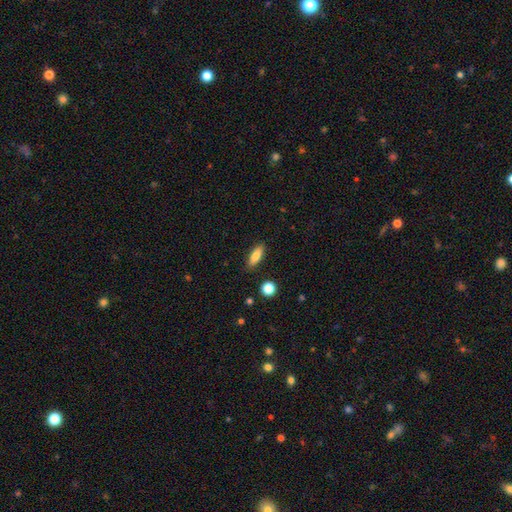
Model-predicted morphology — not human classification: smooth 81%, featured or disk 12%, star or artifact 7%. Down the decision tree: how rounded — in between (58%); merging — none (87%).